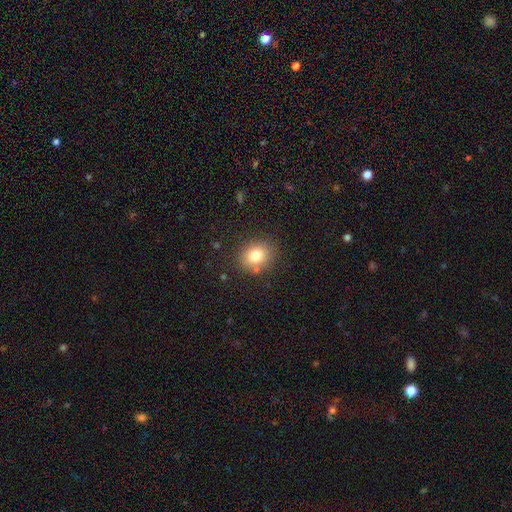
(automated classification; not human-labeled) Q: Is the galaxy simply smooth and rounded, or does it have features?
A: smooth — 80%.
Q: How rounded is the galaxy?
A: round — 64%.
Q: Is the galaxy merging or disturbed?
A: none — 82%.